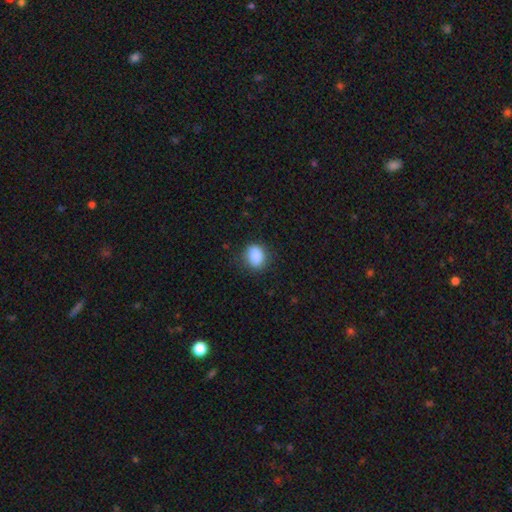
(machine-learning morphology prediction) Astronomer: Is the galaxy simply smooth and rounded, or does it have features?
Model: smooth — 87%.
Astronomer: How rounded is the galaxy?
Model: in between — 55% (runner-up: round, 43%).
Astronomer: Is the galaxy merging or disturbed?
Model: none — 81%.